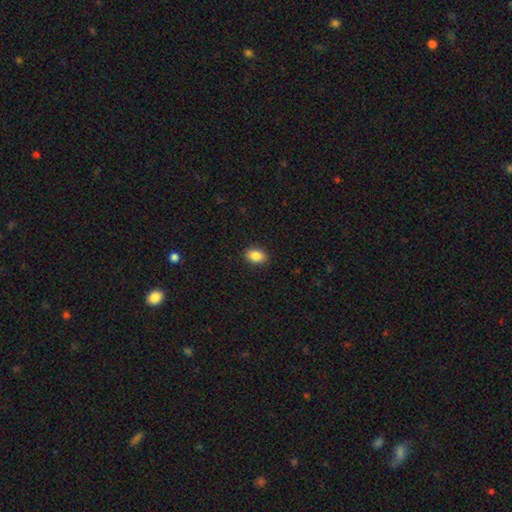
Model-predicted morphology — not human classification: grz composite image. It shows a smooth galaxy with no disk features (87%) that is in between round and cigar-shaped (81%). Merging: none (90%).